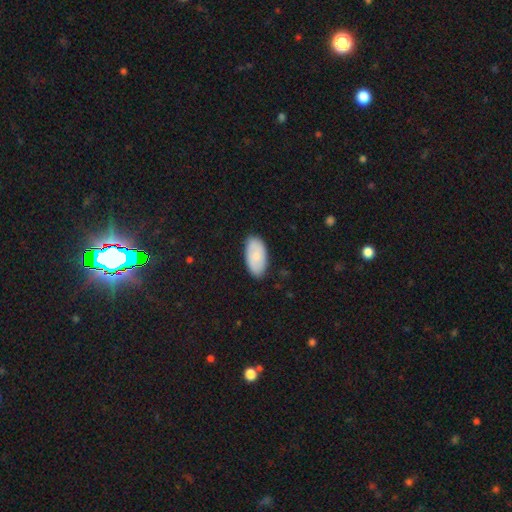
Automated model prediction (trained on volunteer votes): smooth_or_featured: smooth (p=0.79) [alt: featured or disk p=0.15]
how_rounded: in between (p=0.95) [alt: cigar-shaped p=0.02]
merging: none (p=0.84) [alt: minor disturbance p=0.13]